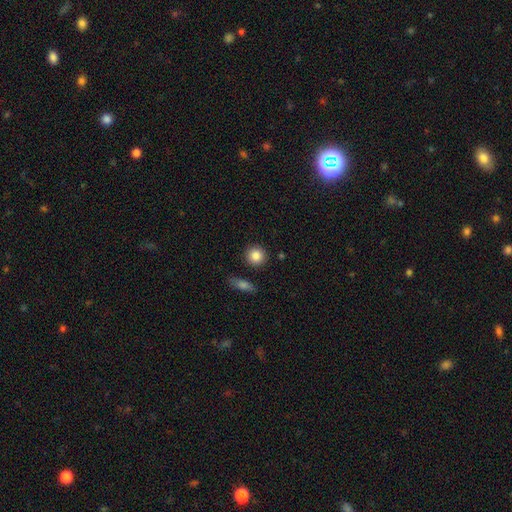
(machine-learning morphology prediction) smooth 86%, star or artifact 8%, featured or disk 6%. Down the decision tree: how rounded — round (91%); merging — none (88%).